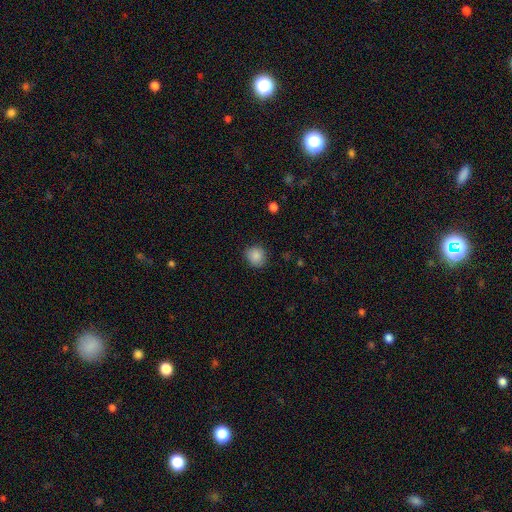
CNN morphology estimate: This is clearly a smooth galaxy (88%). How rounded: clearly round (82%). Merging: clearly none (85%).